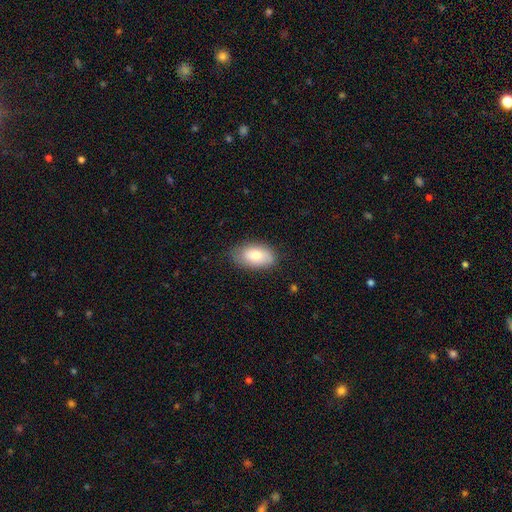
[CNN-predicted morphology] Q: Smooth or featured?
A: smooth (78%); runner-up: featured or disk (15%)
Q: How rounded?
A: in between (93%); runner-up: round (6%)
Q: Merging?
A: none (77%); runner-up: minor disturbance (18%)